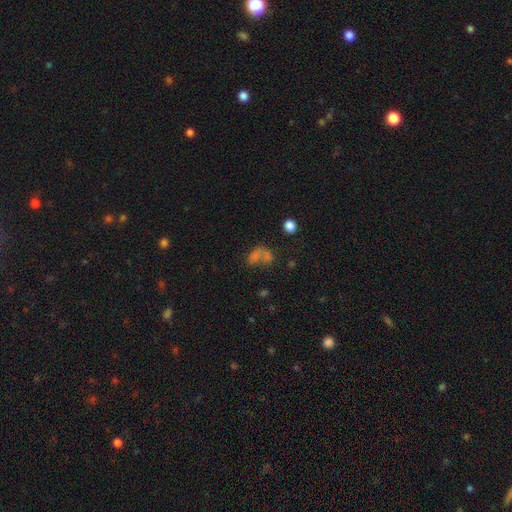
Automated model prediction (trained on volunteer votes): Morphology: type=smooth (56%); roundness=in between (66%); merging=merger (43%).